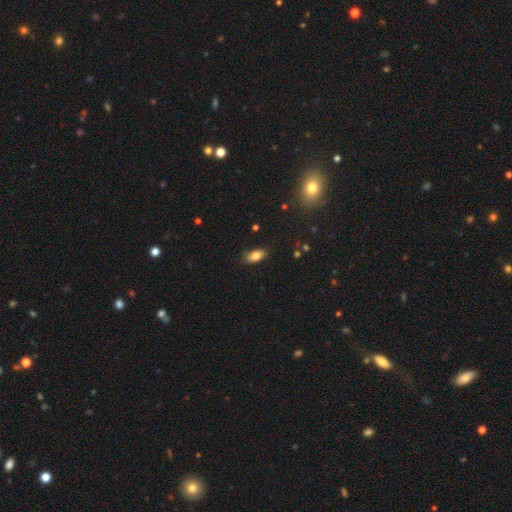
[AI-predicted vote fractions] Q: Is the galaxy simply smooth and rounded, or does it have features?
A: smooth — 82%.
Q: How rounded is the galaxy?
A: in between — 89%.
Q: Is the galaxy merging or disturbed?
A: none — 79%.